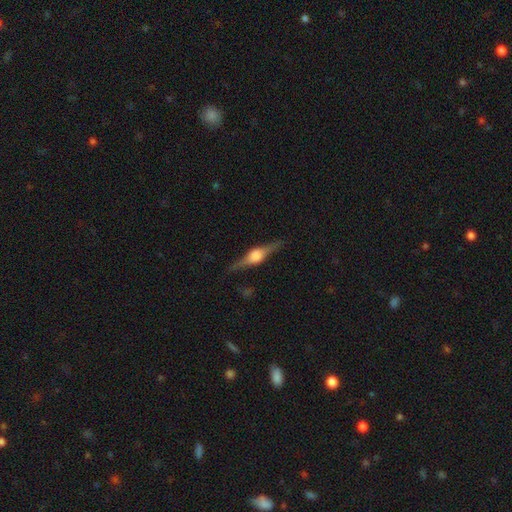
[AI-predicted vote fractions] Morphology: type=featured or disk (81%); edge-on=yes (98%); edge-on bulge=rounded (89%); merging=none (87%).